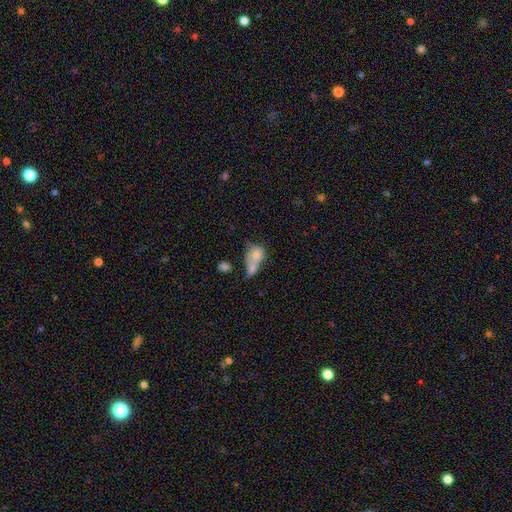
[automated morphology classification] The model was most divided on "merging": merger: 52%, none: 19%, major disturbance: 15%, minor disturbance: 14%. More confident: how rounded — in between (70%); smooth or featured — smooth (70%).